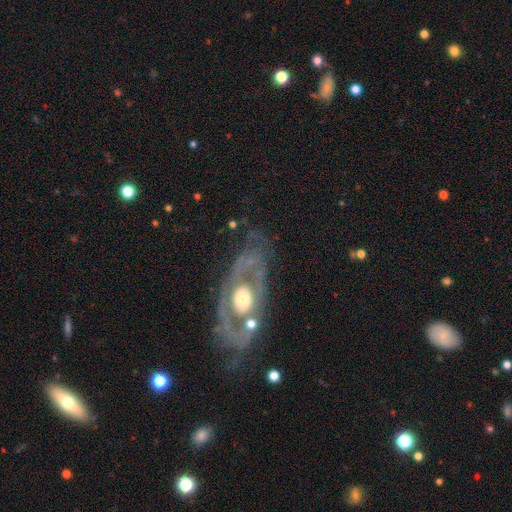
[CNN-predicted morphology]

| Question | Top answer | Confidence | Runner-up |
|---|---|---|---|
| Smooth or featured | featured or disk | 81% | smooth (13%) |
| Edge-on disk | no | 89% | yes (11%) |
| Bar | no | 79% | weak (14%) |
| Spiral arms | yes | 59% | no (41%) |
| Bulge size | moderate | 60% | large (23%) |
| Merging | none | 67% | minor disturbance (17%) |